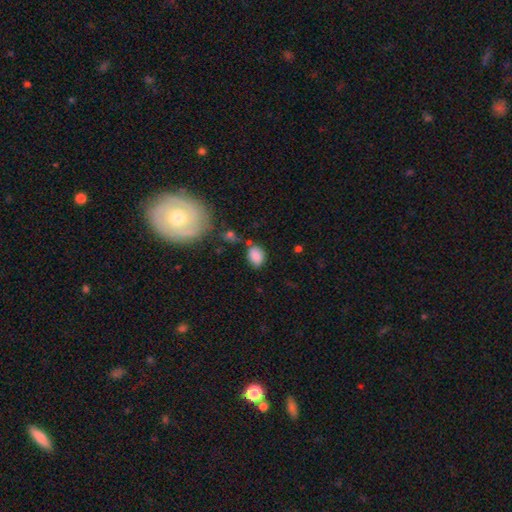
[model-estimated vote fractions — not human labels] Smooth or featured: smooth — 84% (star or artifact — 10%)
How rounded: in between — 64% (round — 35%)
Merging: none — 61% (minor disturbance — 24%)